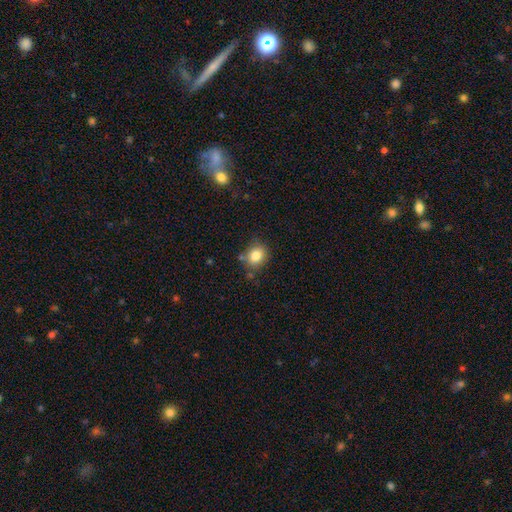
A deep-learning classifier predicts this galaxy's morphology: smooth-or-featured: smooth: 83% | star or artifact: 10% | featured or disk: 7%
  how-rounded: round: 69% | in between: 30% | cigar-shaped: 1%
  merging: none: 77% | minor disturbance: 14% | merger: 5% | major disturbance: 3%